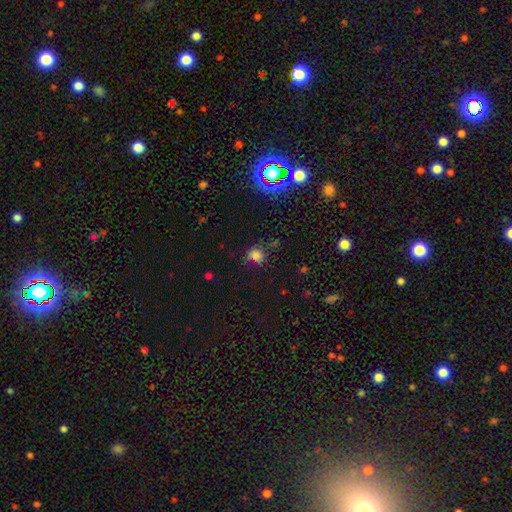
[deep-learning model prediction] Smooth or featured? smooth (72%)
How rounded? round (75%)
Merging? none (60%)